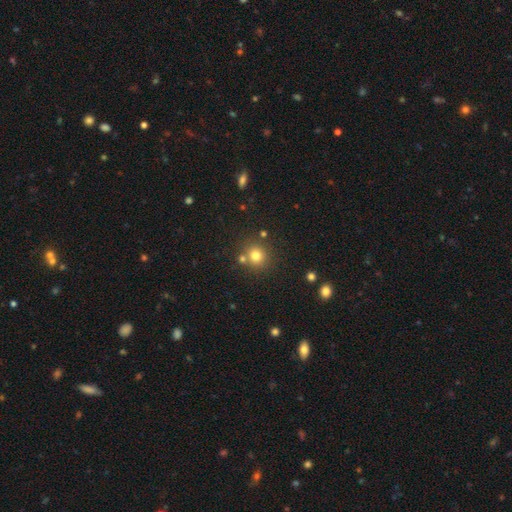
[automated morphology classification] Q: Smooth or featured?
A: smooth (76%); runner-up: star or artifact (15%)
Q: How rounded?
A: round (90%); runner-up: in between (9%)
Q: Merging?
A: none (74%); runner-up: merger (15%)